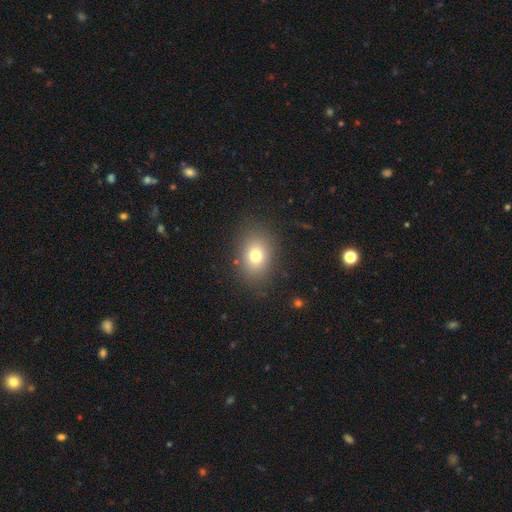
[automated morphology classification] Smooth or featured: smooth — 75% (star or artifact — 14%)
How rounded: in between — 60% (round — 38%)
Merging: none — 85% (minor disturbance — 9%)